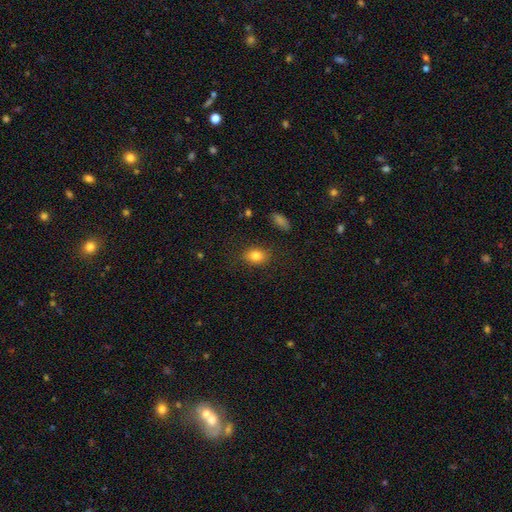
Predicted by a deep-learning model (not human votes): A smooth galaxy with no disk features (82%) that is in between round and cigar-shaped (64%). Merging: none (83%).